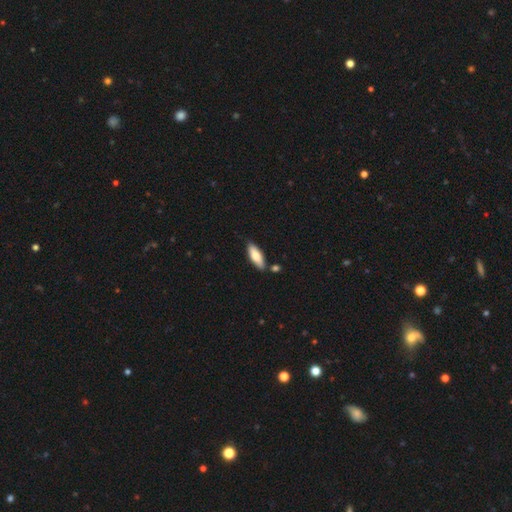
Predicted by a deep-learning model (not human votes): The model was most divided on "how rounded": in between: 60%, cigar-shaped: 38%, round: 2%. More confident: merging — none (79%); smooth or featured — smooth (75%).